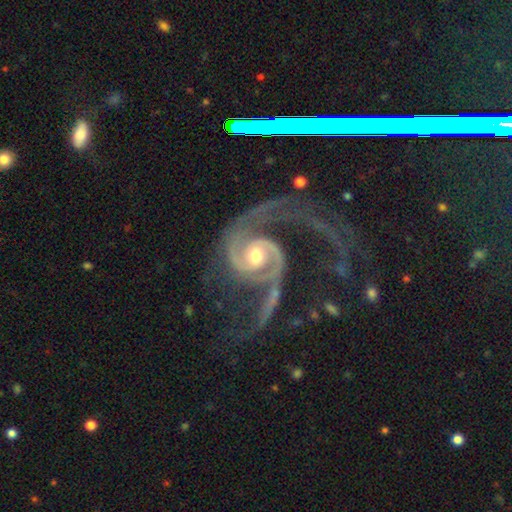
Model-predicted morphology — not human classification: Smooth or featured: featured or disk — 93% (star or artifact — 4%)
Edge-on disk: no — 98% (yes — 2%)
Bar: no — 57% (weak — 30%)
Spiral arms: yes — 98% (no — 2%)
Spiral winding: medium — 48% (loose — 28%)
Spiral arm count: 2 — 85% (3 — 5%)
Bulge size: moderate — 70% (small — 22%)
Merging: none — 44% (major disturbance — 34%)